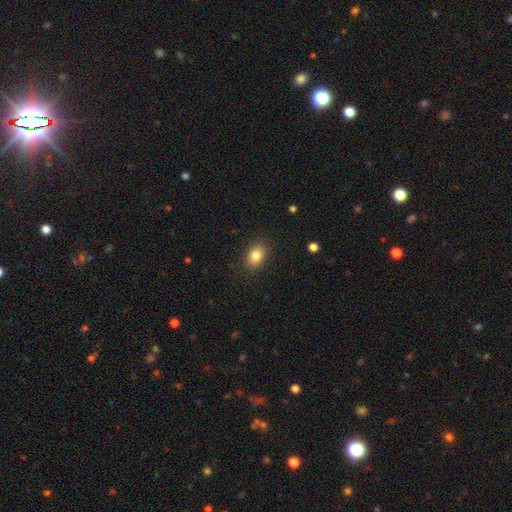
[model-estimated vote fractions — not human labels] This is clearly a smooth galaxy (83%). How rounded: likely in between (73%). Merging: clearly none (87%).